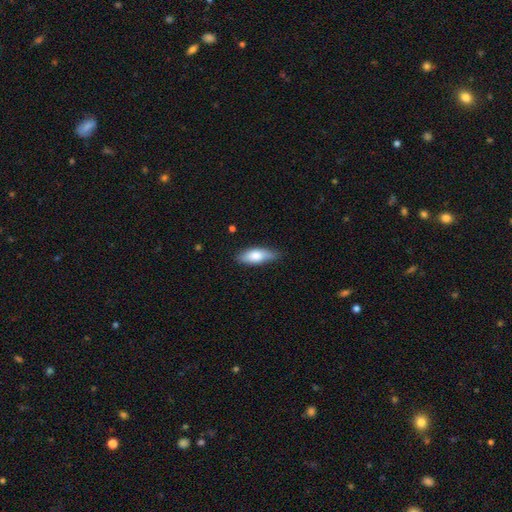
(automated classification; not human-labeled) A smooth galaxy with no disk features (76%) that is in between round and cigar-shaped (72%). Merging: none (77%).